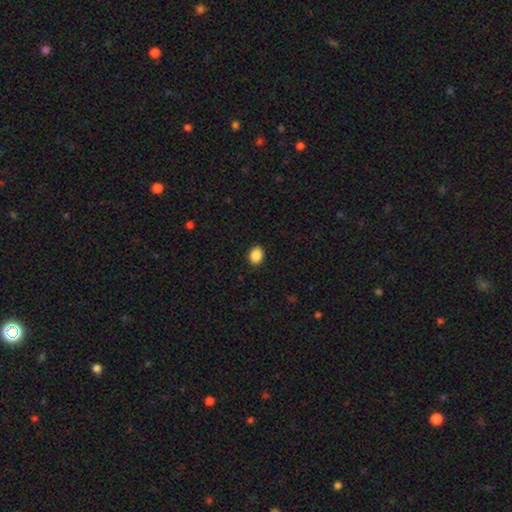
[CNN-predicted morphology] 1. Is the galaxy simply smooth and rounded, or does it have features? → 88% smooth, 9% star or artifact, 3% featured or disk.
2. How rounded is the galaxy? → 52% in between, 47% round, 1% cigar-shaped.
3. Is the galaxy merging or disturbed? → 91% none, 6% minor disturbance, 2% major disturbance, 1% merger.